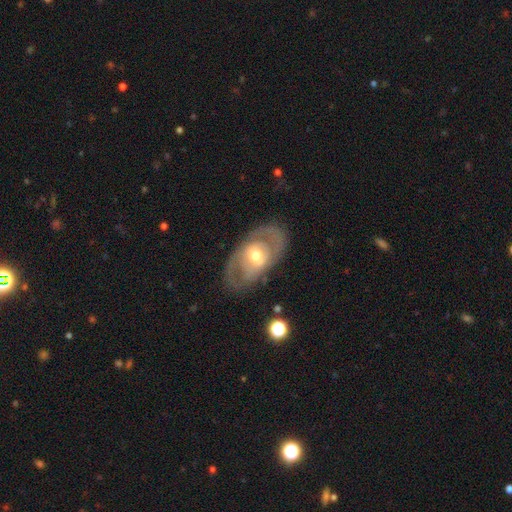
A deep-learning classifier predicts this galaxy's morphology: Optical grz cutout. It shows a featured or disk galaxy (70%) with no bar (45%), no spiral arms (51%) and a moderate central bulge (69%). Merging: none (78%).